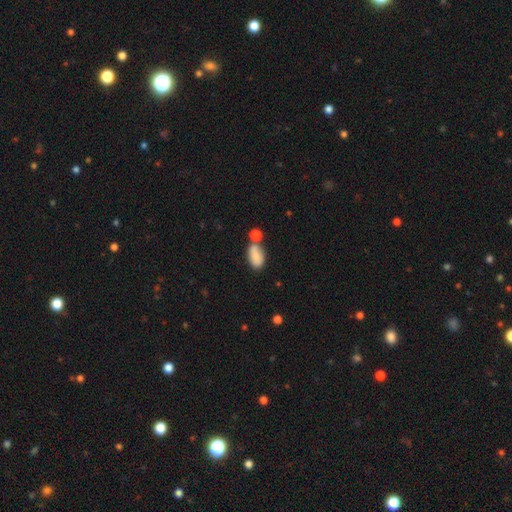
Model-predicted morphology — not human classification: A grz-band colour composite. It shows a smooth galaxy with no disk features (82%) that is in between round and cigar-shaped (92%). Merging: none (48%).